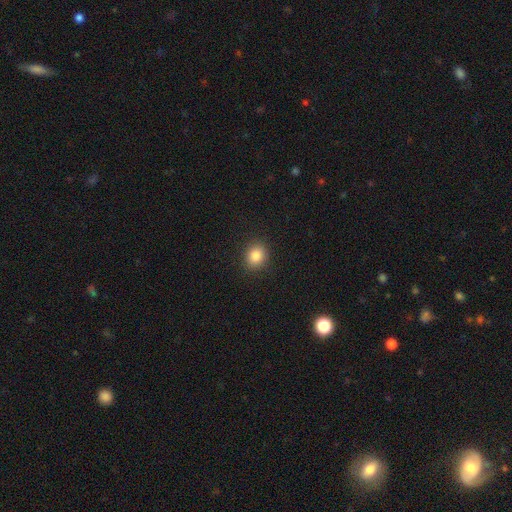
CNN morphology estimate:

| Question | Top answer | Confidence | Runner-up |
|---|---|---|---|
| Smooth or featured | smooth | 84% | star or artifact (10%) |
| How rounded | round | 68% | in between (31%) |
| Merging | none | 89% | minor disturbance (8%) |